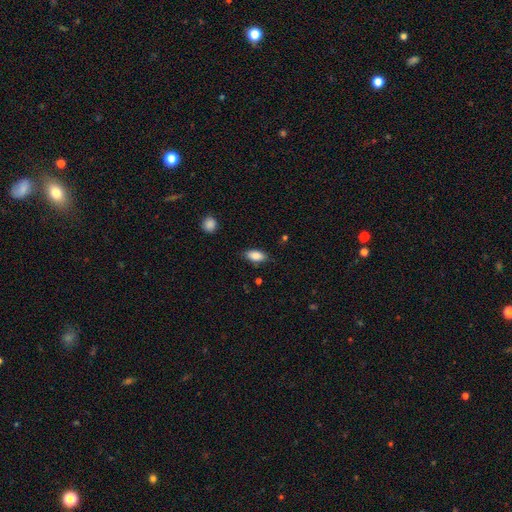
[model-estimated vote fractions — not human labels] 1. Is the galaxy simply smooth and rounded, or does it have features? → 85% smooth, 8% featured or disk, 7% star or artifact.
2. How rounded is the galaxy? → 89% in between, 7% cigar-shaped, 4% round.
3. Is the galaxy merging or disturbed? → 79% none, 16% minor disturbance, 3% major disturbance, 1% merger.